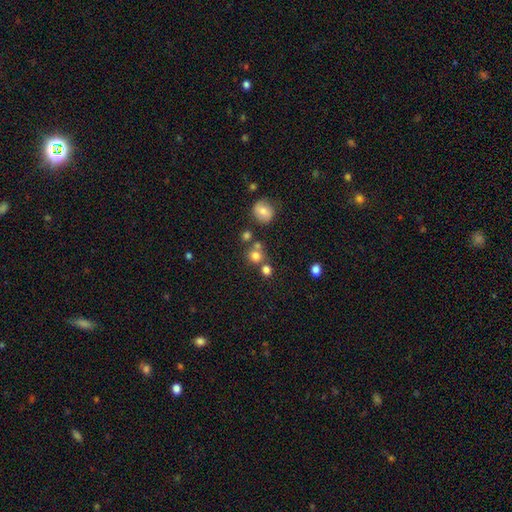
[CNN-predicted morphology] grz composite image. It shows a smooth galaxy with no disk features (74%) that is round (86%). Merging: none (62%).